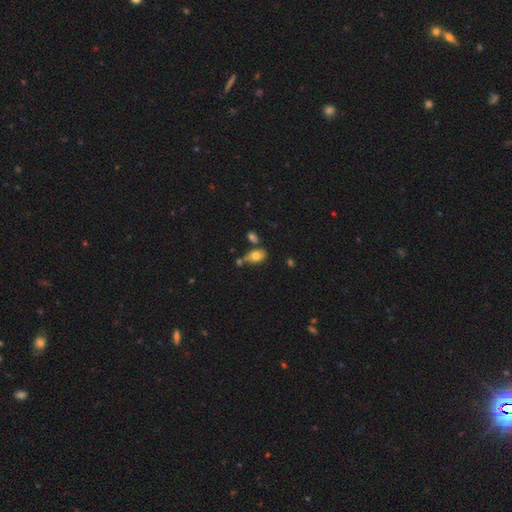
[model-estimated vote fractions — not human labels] Smooth or featured?
  - smooth: 76% *
  - featured or disk: 15%
  - star or artifact: 9%
How rounded?
  - in between: 85% *
  - round: 12%
  - cigar-shaped: 2%
Merging?
  - none: 55% *
  - merger: 21%
  - minor disturbance: 18%
  - major disturbance: 6%